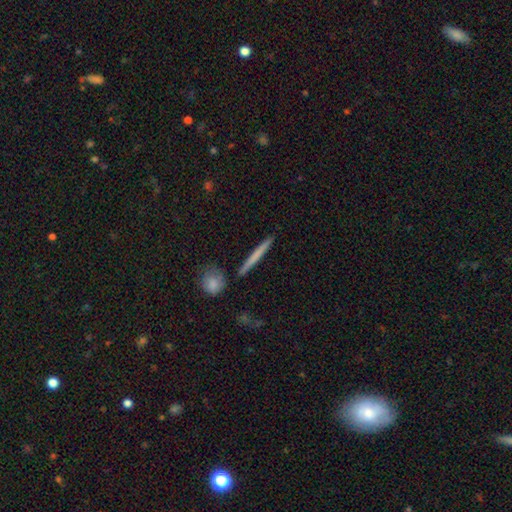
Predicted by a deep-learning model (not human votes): A smooth galaxy with no disk features (62%) that is cigar-shaped (95%).

Vote fractions:
- Smooth or featured? smooth: 62% / featured or disk: 32% / star or artifact: 6%
- How rounded? cigar-shaped: 95% / in between: 3% / round: 2%
- Merging? none: 89% / minor disturbance: 6% / merger: 3% / major disturbance: 2%